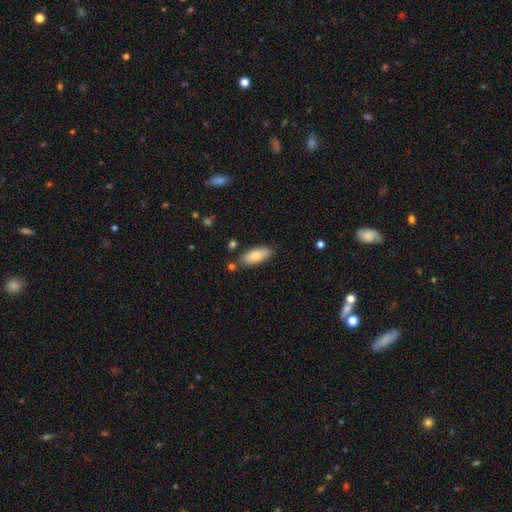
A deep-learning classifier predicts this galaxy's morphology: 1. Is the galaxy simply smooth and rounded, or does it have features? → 82% smooth, 12% featured or disk, 6% star or artifact.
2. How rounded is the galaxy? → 84% in between, 14% cigar-shaped, 2% round.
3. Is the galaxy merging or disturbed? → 79% none, 13% minor disturbance, 5% merger, 3% major disturbance.